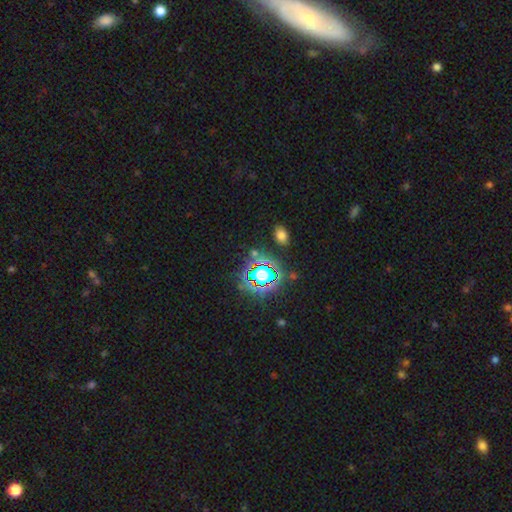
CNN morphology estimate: smooth-or-featured: star or artifact: 69% | smooth: 21% | featured or disk: 10%